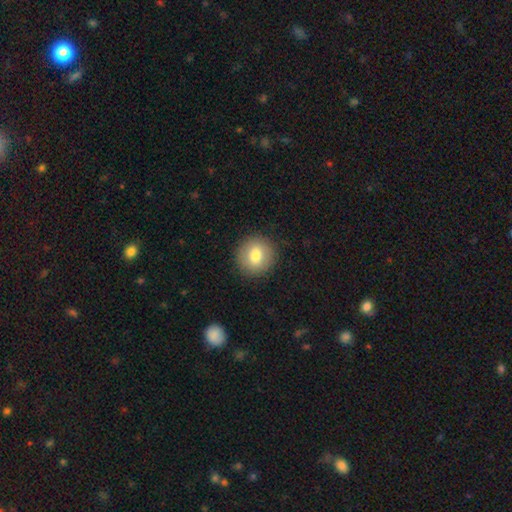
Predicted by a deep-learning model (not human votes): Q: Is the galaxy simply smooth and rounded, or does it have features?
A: smooth — 78%.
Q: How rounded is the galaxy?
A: round — 90%.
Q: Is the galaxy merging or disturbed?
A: none — 90%.